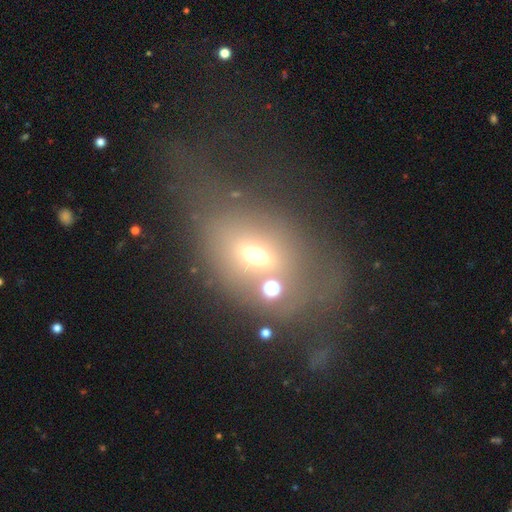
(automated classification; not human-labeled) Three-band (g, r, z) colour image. It shows a smooth galaxy with no disk features (53%) that is in between round and cigar-shaped (64%). Merging: none (41%).